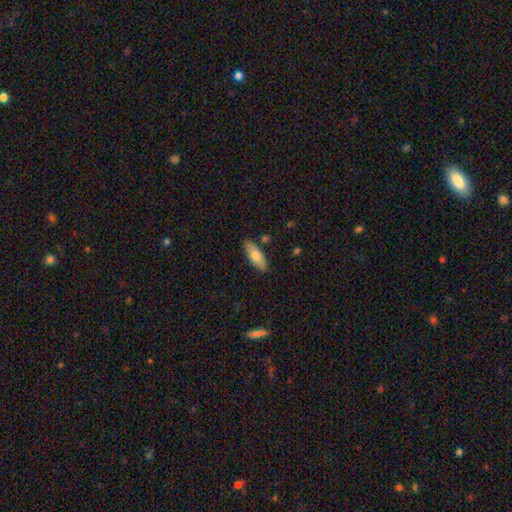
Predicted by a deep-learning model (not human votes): A smooth galaxy with no disk features (72%) that is in between round and cigar-shaped (76%).

Vote fractions:
- Smooth or featured? smooth: 72% / featured or disk: 22% / star or artifact: 6%
- How rounded? in between: 76% / cigar-shaped: 22% / round: 2%
- Merging? none: 84% / minor disturbance: 11% / merger: 3% / major disturbance: 2%